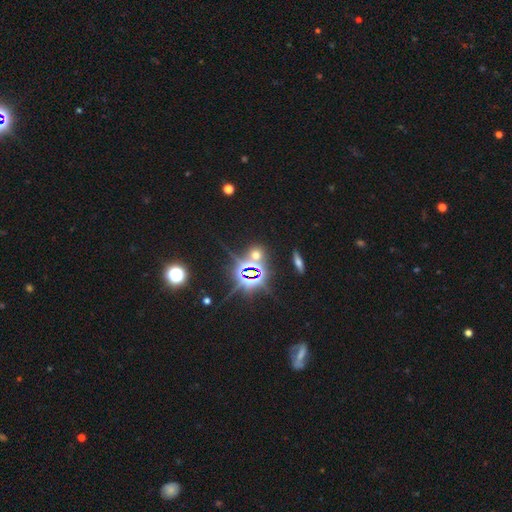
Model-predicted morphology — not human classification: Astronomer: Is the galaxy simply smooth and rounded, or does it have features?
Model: star or artifact — 61%.